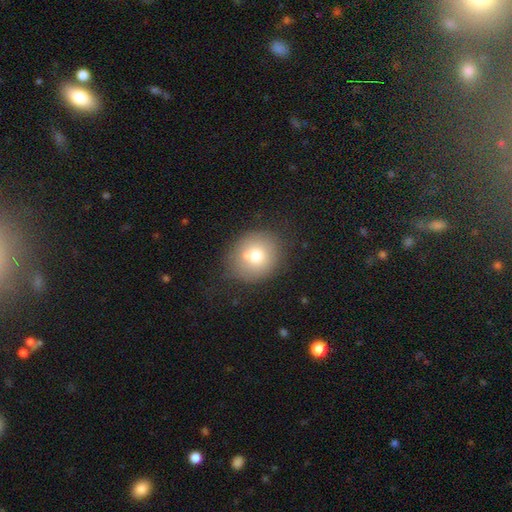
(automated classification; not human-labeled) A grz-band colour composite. It shows a smooth galaxy with no disk features (70%) that is round (78%). Merging: none (62%).